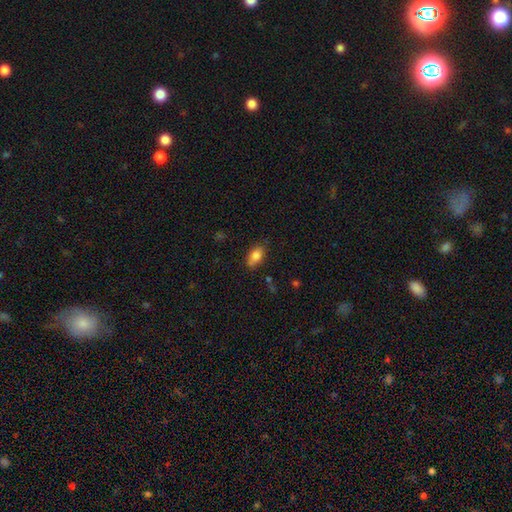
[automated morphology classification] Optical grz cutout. It shows a smooth galaxy with no disk features (83%) that is in between round and cigar-shaped (87%). Merging: none (74%).